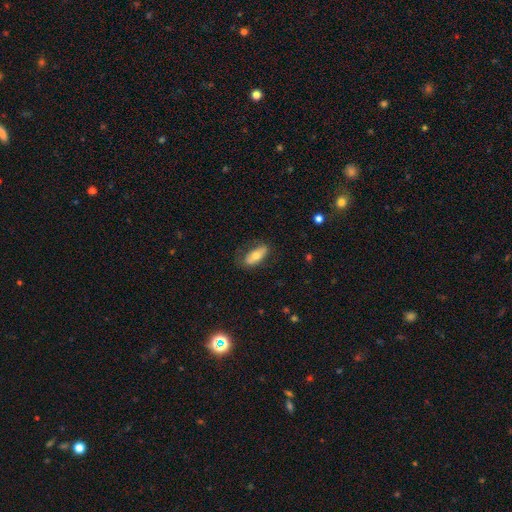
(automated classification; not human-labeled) A smooth galaxy with no disk features (62%) that is in between round and cigar-shaped (82%).

Vote fractions:
- Smooth or featured? smooth: 62% / featured or disk: 32% / star or artifact: 6%
- How rounded? in between: 82% / cigar-shaped: 15% / round: 3%
- Merging? none: 70% / minor disturbance: 21% / major disturbance: 8% / merger: 1%